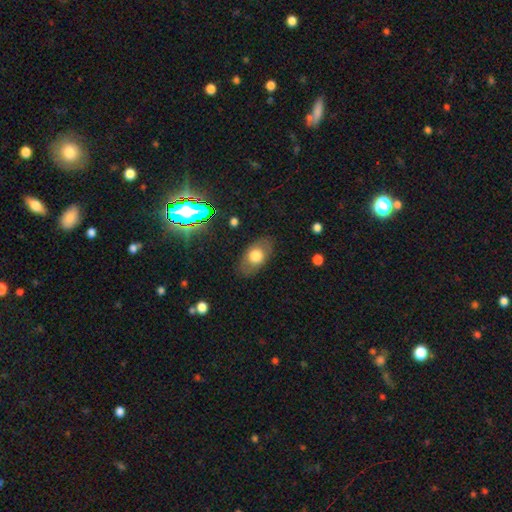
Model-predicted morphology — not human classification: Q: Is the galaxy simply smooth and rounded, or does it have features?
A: smooth — 69%.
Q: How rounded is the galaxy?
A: in between — 86%.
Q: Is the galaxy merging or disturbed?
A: none — 81%.